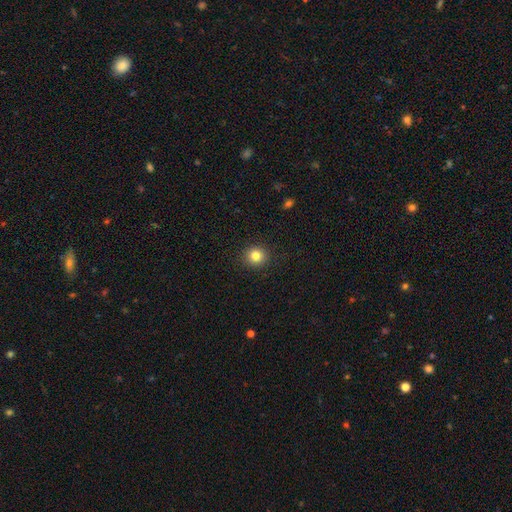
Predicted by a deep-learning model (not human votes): smooth-or-featured: smooth: 82% | star or artifact: 11% | featured or disk: 7%
  how-rounded: round: 92% | in between: 7% | cigar-shaped: 1%
  merging: none: 92% | minor disturbance: 5% | major disturbance: 2% | merger: 1%